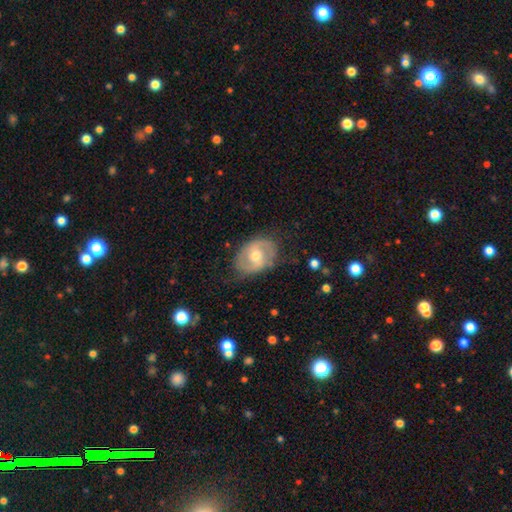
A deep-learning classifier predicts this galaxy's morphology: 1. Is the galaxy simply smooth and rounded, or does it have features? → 62% featured or disk, 32% smooth, 6% star or artifact.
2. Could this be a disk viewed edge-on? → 95% no, 5% yes.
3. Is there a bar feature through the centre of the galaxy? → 44% weak, 40% no, 17% strong.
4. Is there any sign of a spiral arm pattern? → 64% yes, 36% no.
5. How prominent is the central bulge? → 73% moderate, 19% small, 5% large, 1% none, 1% dominant.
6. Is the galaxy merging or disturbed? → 68% none, 22% minor disturbance, 8% major disturbance, 1% merger.